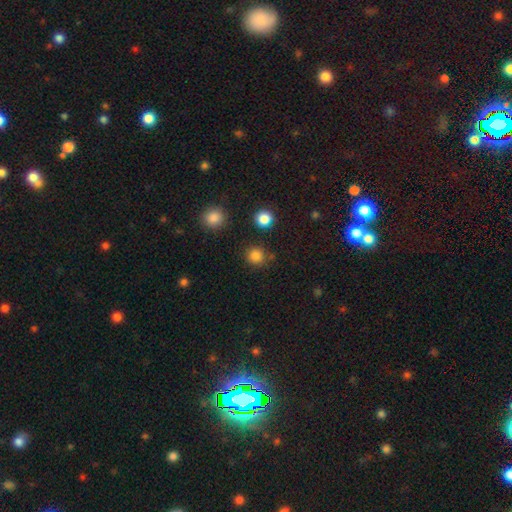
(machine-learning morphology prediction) Smooth or featured? Predicted: smooth (p=0.83). How rounded? Predicted: round (p=0.92). Merging? Predicted: none (p=0.85).